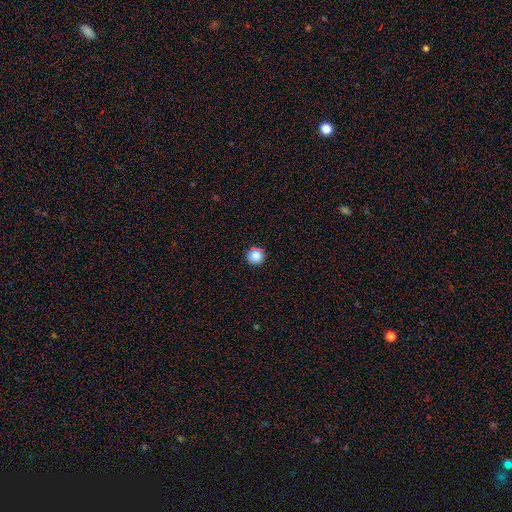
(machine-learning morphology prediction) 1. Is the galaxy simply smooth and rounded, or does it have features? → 86% smooth, 10% star or artifact, 4% featured or disk.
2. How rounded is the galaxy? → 96% round, 3% in between, 1% cigar-shaped.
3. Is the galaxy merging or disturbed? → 92% none, 5% minor disturbance, 2% major disturbance, 1% merger.